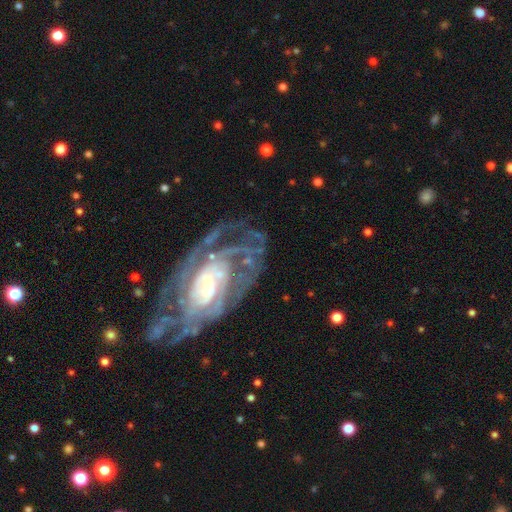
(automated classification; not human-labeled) The model was most divided on "bulge size": small: 37%, moderate: 31%, large: 22%, none: 7%, dominant: 3%. Remaining: edge-on disk — no (94%); spiral arms — yes (92%); smooth or featured — featured or disk (84%); spiral winding — tight (65%); merging — none (64%); bar — no (59%); spiral arm count — can't tell (42%).